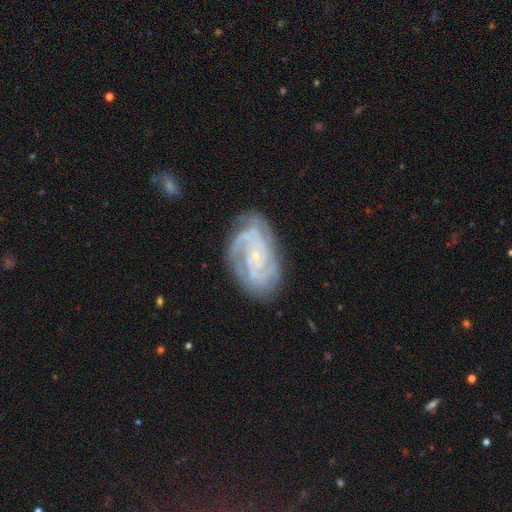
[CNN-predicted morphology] Q: Smooth or featured?
A: featured or disk (86%); runner-up: smooth (8%)
Q: Edge-on disk?
A: no (97%); runner-up: yes (3%)
Q: Bar?
A: no (66%); runner-up: weak (27%)
Q: Spiral arms?
A: yes (97%); runner-up: no (3%)
Q: Spiral winding?
A: tight (67%); runner-up: medium (28%)
Q: Spiral arm count?
A: 3 (26%); runner-up: can't tell (22%)
Q: Bulge size?
A: small (82%); runner-up: moderate (12%)
Q: Merging?
A: none (76%); runner-up: minor disturbance (17%)